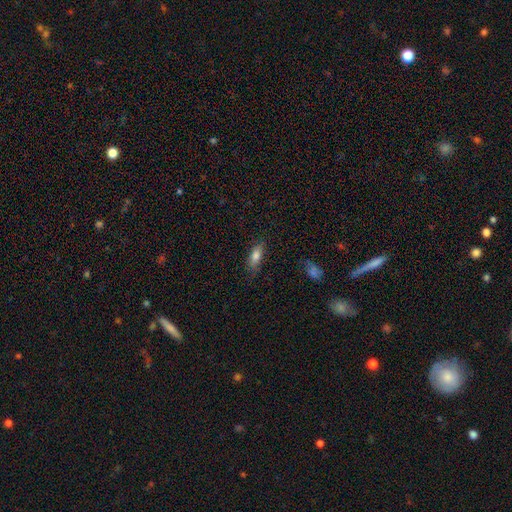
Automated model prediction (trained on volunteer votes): Smooth or featured? Predicted: smooth (p=0.80). How rounded? Predicted: in between (p=0.73). Merging? Predicted: none (p=0.79).